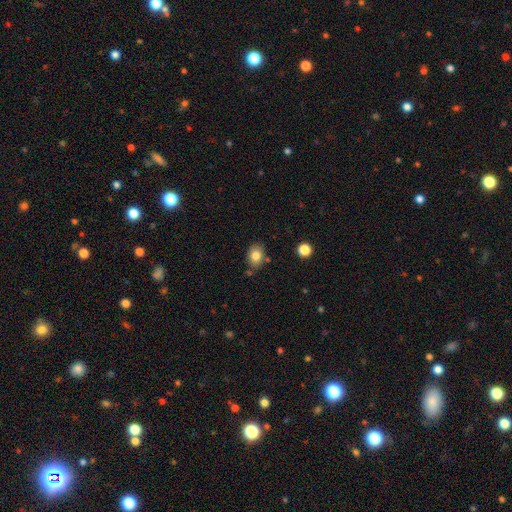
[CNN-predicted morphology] smooth_or_featured: smooth (p=0.80) [alt: featured or disk p=0.10]
how_rounded: in between (p=0.67) [alt: round p=0.32]
merging: none (p=0.77) [alt: minor disturbance p=0.14]